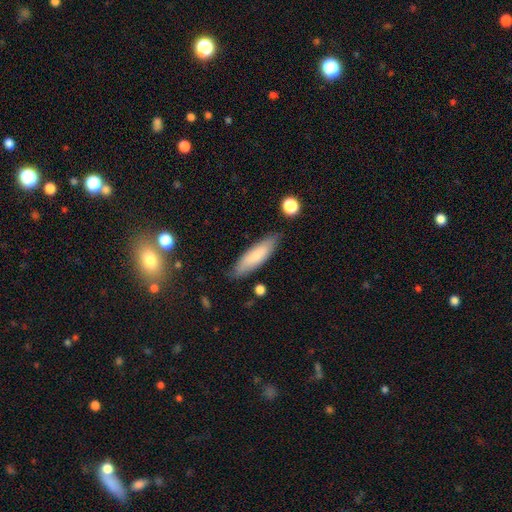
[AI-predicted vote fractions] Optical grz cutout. It shows a smooth galaxy with no disk features (76%) that is cigar-shaped (57%). Merging: none (83%).